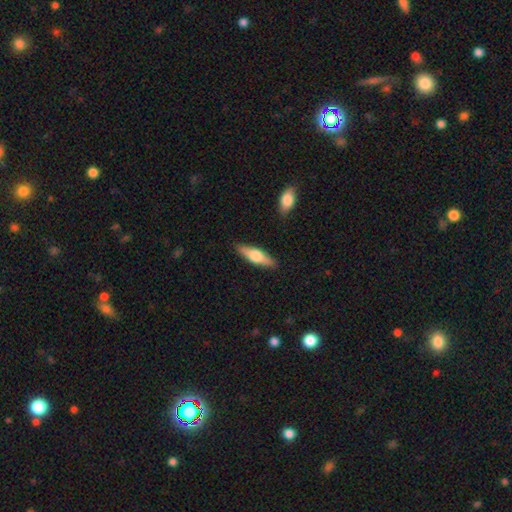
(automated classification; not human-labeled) Smooth or featured?
  - smooth: 49% *
  - featured or disk: 45%
  - star or artifact: 5%
Merging?
  - none: 88% *
  - minor disturbance: 8%
  - major disturbance: 2%
  - merger: 2%